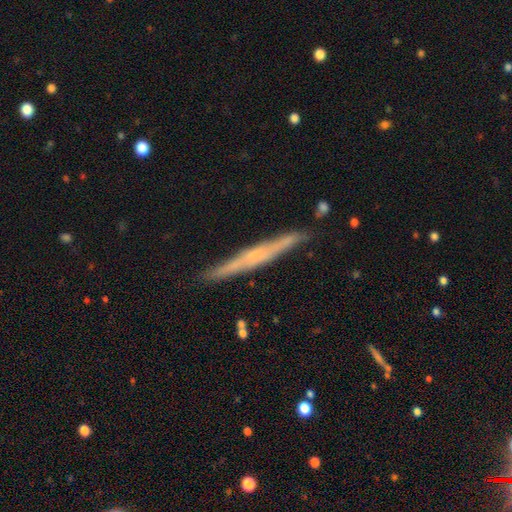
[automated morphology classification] A featured or disk galaxy (64%) viewed edge-on (96%) with no central bulge (48%).

Vote fractions:
- Smooth or featured? featured or disk: 64% / smooth: 29% / star or artifact: 6%
- Edge-on disk? yes: 96% / no: 4%
- Edge-on bulge? none: 48% / rounded: 42% / boxy: 10%
- Merging? none: 87% / minor disturbance: 10% / major disturbance: 2% / merger: 2%